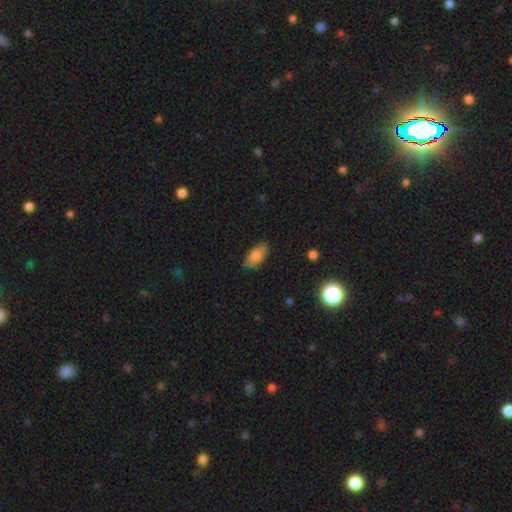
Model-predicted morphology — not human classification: smooth_or_featured: smooth (p=0.80) [alt: featured or disk p=0.12]
how_rounded: in between (p=0.91) [alt: cigar-shaped p=0.06]
merging: none (p=0.79) [alt: minor disturbance p=0.17]